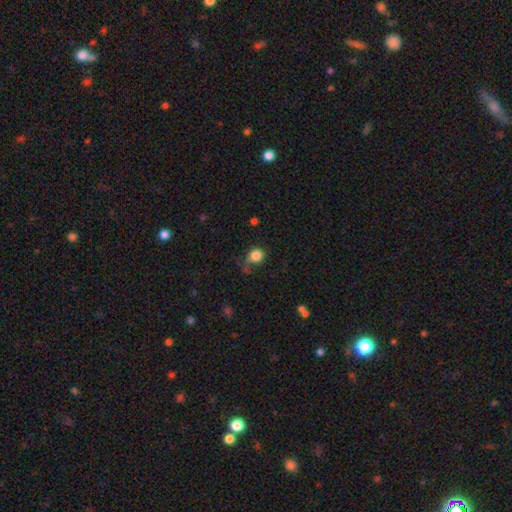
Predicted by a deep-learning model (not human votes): Q: Smooth or featured?
A: smooth (83%); runner-up: star or artifact (10%)
Q: How rounded?
A: round (77%); runner-up: in between (22%)
Q: Merging?
A: none (58%); runner-up: minor disturbance (24%)